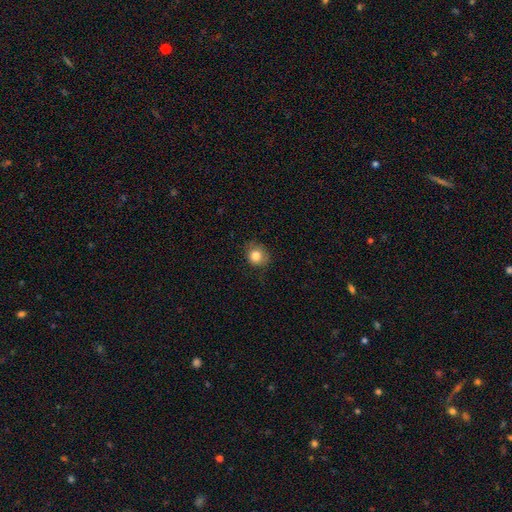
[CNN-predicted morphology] The model was most divided on "merging": none: 73%, minor disturbance: 20%, major disturbance: 5%, merger: 1%. More confident: smooth or featured — smooth (84%); how rounded — round (78%).